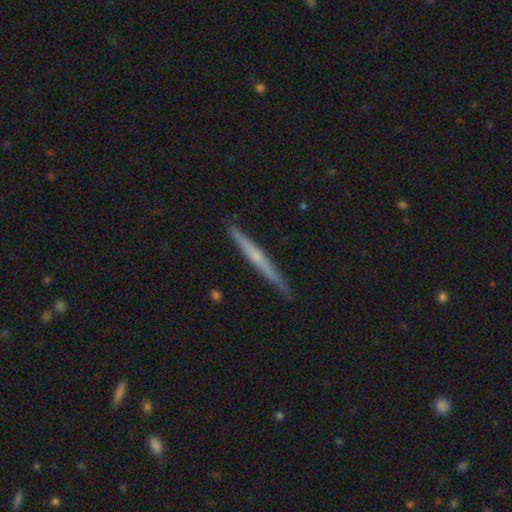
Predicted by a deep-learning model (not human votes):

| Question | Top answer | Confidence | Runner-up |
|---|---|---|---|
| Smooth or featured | featured or disk | 62% | smooth (32%) |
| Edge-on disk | yes | 97% | no (3%) |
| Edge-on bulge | none | 51% | rounded (44%) |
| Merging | none | 87% | minor disturbance (10%) |